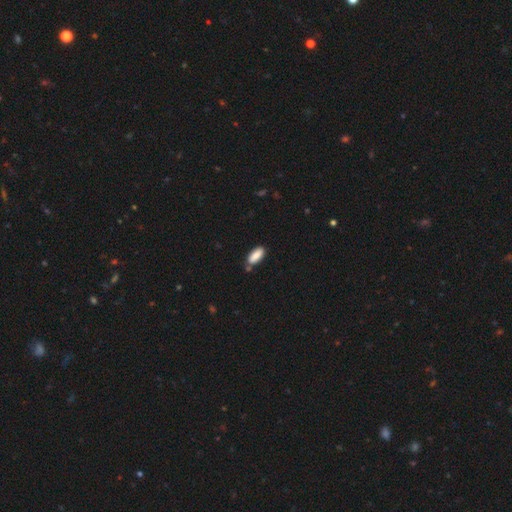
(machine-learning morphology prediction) Overall: smooth (88%). How rounded: in between (79%). Merging: none (74%).